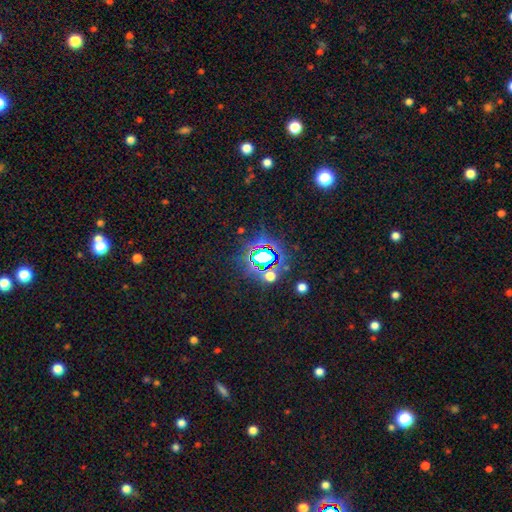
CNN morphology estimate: A star or artifact, not a galaxy (75%).

Vote fractions:
- Smooth or featured? star or artifact: 75% / smooth: 15% / featured or disk: 10%